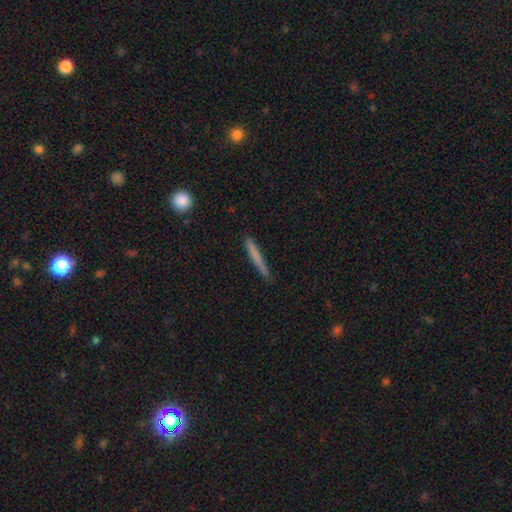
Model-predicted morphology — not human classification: A smooth galaxy with no disk features (71%) that is cigar-shaped (96%).

Vote fractions:
- Smooth or featured? smooth: 71% / featured or disk: 23% / star or artifact: 6%
- How rounded? cigar-shaped: 96% / in between: 2% / round: 1%
- Merging? none: 82% / minor disturbance: 14% / major disturbance: 2% / merger: 2%